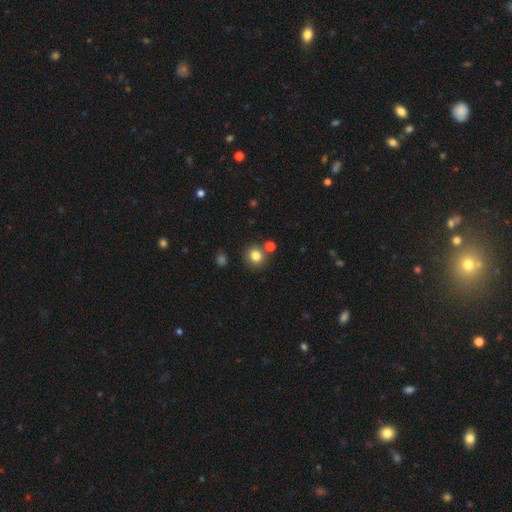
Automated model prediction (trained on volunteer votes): Smooth or featured: smooth — 82% (star or artifact — 12%)
How rounded: round — 89% (in between — 10%)
Merging: none — 78% (merger — 11%)